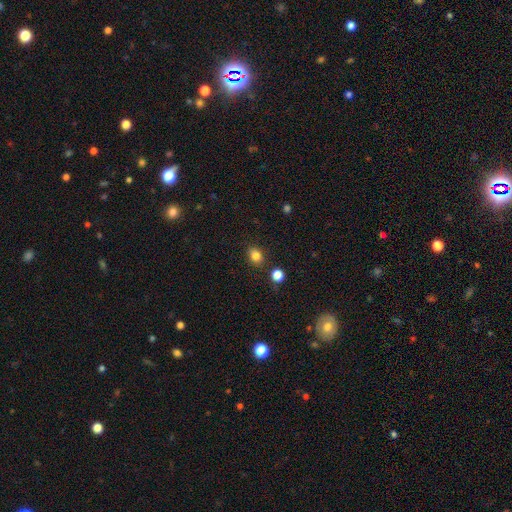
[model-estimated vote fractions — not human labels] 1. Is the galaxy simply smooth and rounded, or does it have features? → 83% smooth, 12% star or artifact, 5% featured or disk.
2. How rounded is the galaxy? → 51% in between, 48% round, 1% cigar-shaped.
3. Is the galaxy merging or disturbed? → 84% none, 9% minor disturbance, 4% merger, 2% major disturbance.